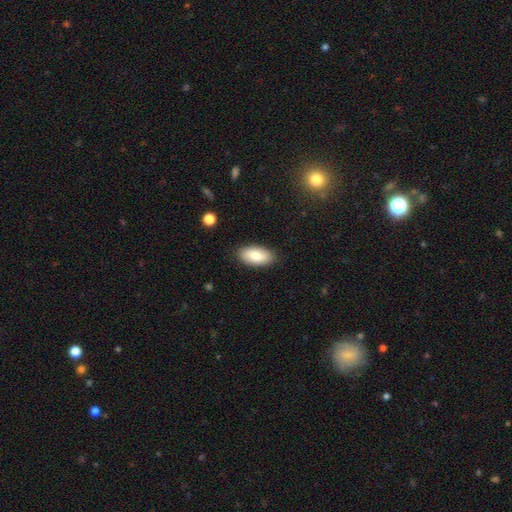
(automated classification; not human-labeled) A smooth galaxy with no disk features (82%) that is in between round and cigar-shaped (94%). Merging: none (88%).